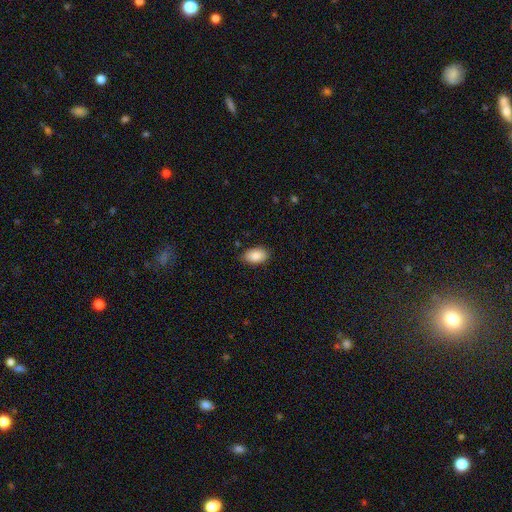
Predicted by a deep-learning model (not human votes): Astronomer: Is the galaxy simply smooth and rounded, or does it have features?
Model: smooth — 88%.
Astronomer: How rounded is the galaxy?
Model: in between — 92%.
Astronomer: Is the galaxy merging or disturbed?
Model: none — 82%.